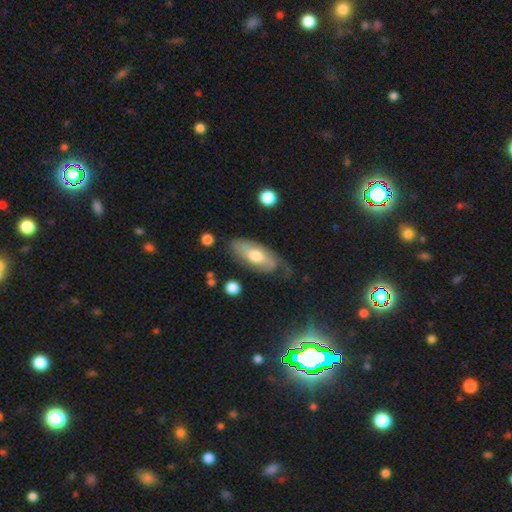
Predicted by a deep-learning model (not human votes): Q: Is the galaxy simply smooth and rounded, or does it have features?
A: featured or disk — 58%.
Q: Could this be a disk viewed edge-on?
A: no — 85%.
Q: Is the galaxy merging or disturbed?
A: none — 54%.